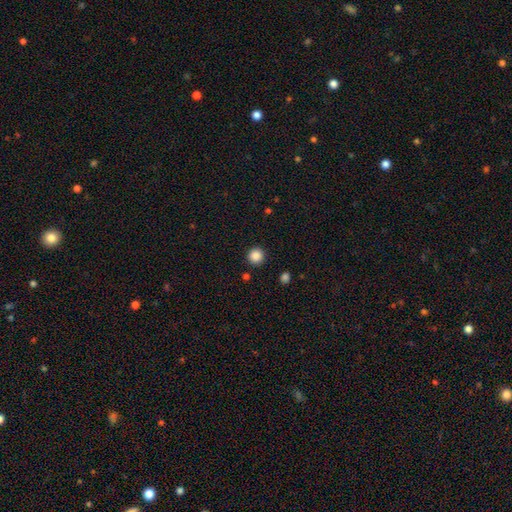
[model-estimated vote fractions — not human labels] This is clearly a smooth galaxy (87%). How rounded: clearly round (95%). Merging: clearly none (92%).